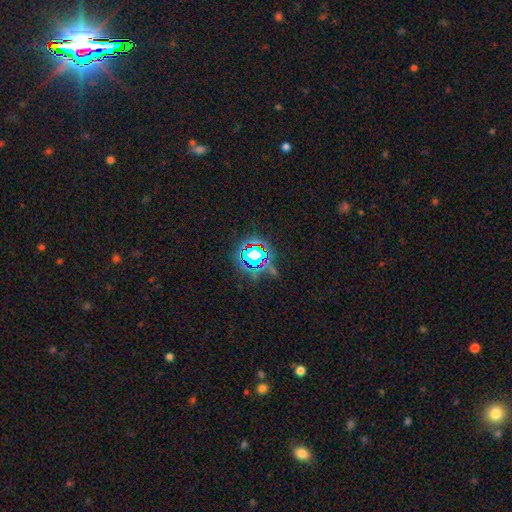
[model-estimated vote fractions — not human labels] Smooth or featured?
  - star or artifact: 69% *
  - smooth: 19%
  - featured or disk: 12%